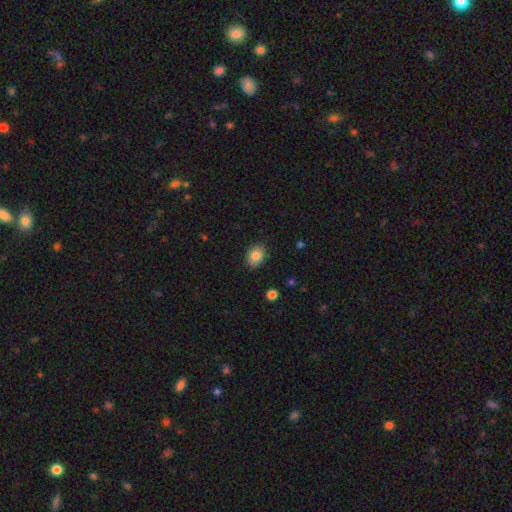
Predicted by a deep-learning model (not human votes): This appears to be a smooth galaxy with no disk features (83%) that is in between round and cigar-shaped (68%). Merging: none (87%).